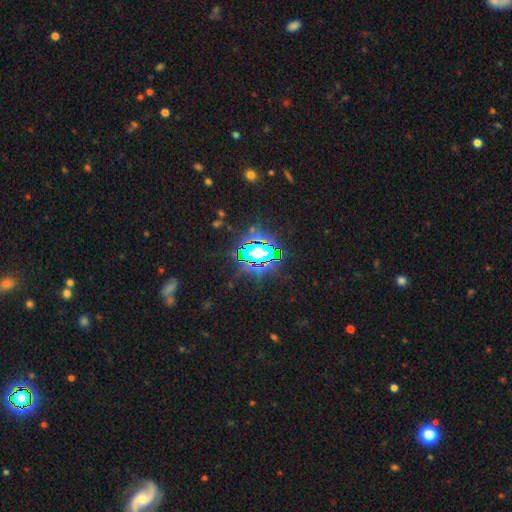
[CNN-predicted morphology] Smooth or featured?
  - star or artifact: 83% *
  - smooth: 10%
  - featured or disk: 7%